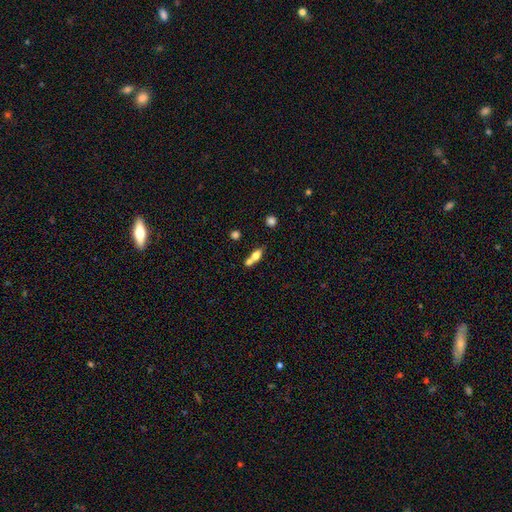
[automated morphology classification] smooth-or-featured: smooth: 68% | featured or disk: 23% | star or artifact: 8%
  how-rounded: in between: 67% | cigar-shaped: 24% | round: 9%
  merging: merger: 48% | none: 37% | minor disturbance: 10% | major disturbance: 5%